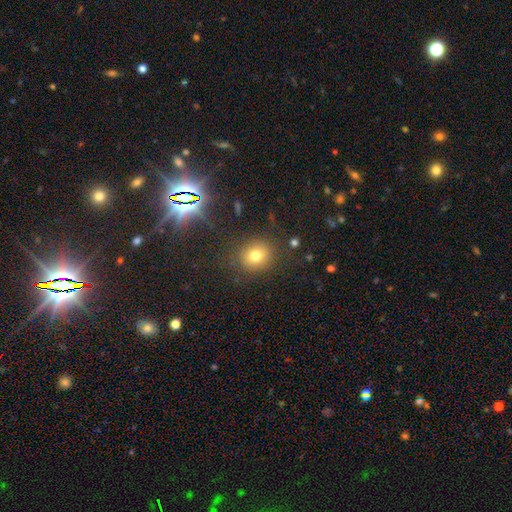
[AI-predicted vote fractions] Morphology: type=smooth (76%); roundness=round (78%); merging=none (84%).